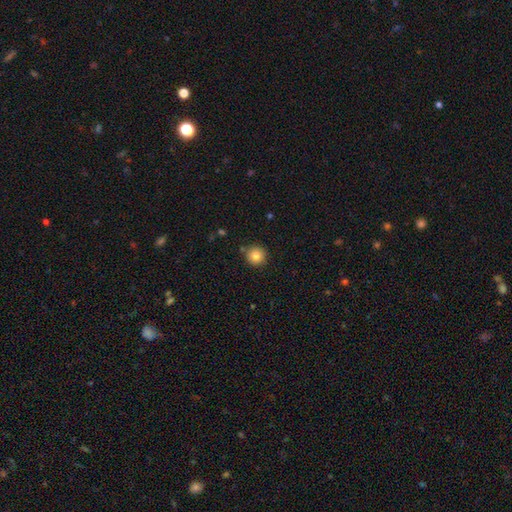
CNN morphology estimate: smooth-or-featured: smooth: 84% | star or artifact: 10% | featured or disk: 6%
  how-rounded: round: 95% | in between: 4% | cigar-shaped: 1%
  merging: none: 88% | minor disturbance: 7% | merger: 3% | major disturbance: 2%